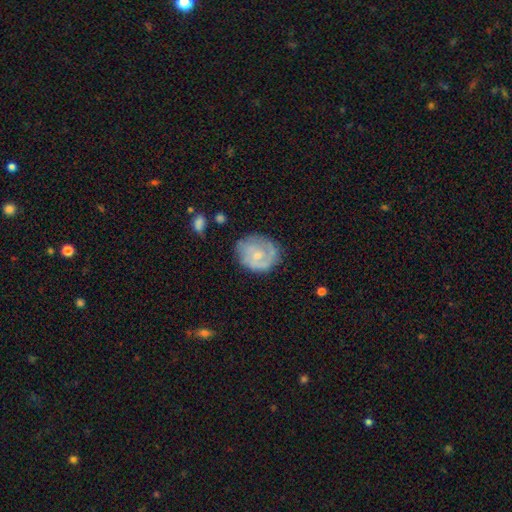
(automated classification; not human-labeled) This is likely a featured or disk galaxy (64%). It is clearly not viewed edge-on (98%). Bar: likely no (68%). Spiral arm pattern: likely yes (79%). Central bulge: likely small (61%). Merging: likely none (65%).